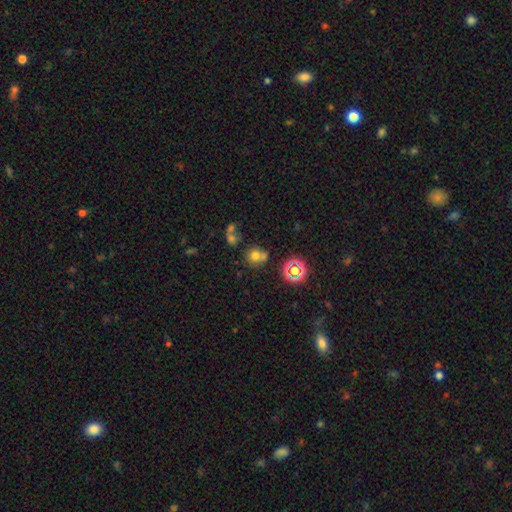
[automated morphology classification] smooth_or_featured: smooth (p=0.65) [alt: star or artifact p=0.22]
how_rounded: round (p=0.81) [alt: in between p=0.18]
merging: none (p=0.50) [alt: merger p=0.35]